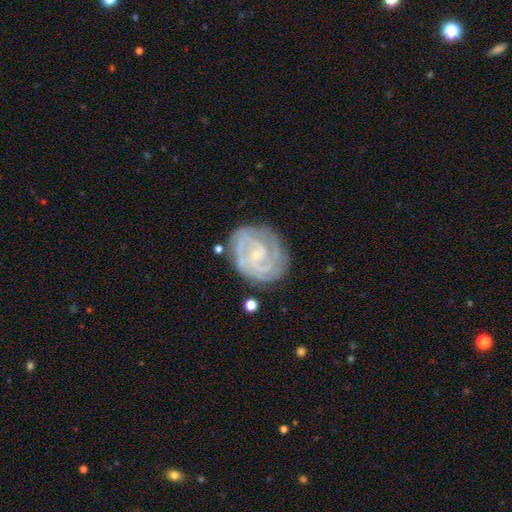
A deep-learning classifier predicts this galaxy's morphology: Overall: featured or disk (87%). Edge-on disk: no (98%). Bar: no (60%; weak 30%). Spiral arms: yes (97%). Spiral arm count: 2 (35%; 3 27%). Spiral winding: tight (75%). Bulge size: small (81%). Merging: none (75%).